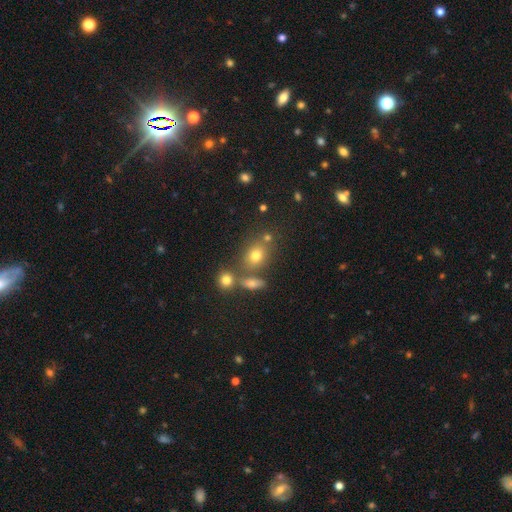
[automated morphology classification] smooth_or_featured: smooth (p=0.67) [alt: star or artifact p=0.19]
how_rounded: round (p=0.51) [alt: in between p=0.46]
merging: none (p=0.61) [alt: merger p=0.22]